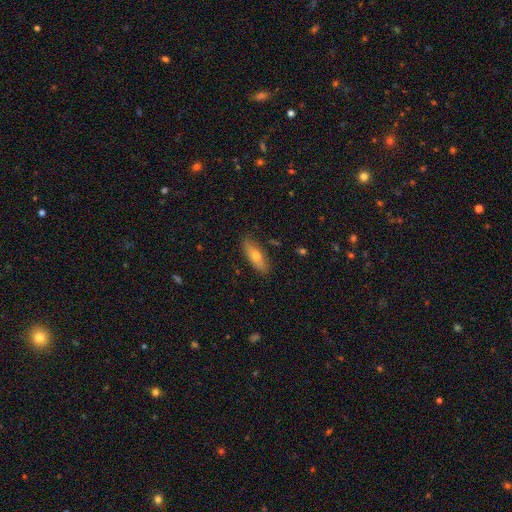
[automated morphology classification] smooth_or_featured: smooth (p=0.62) [alt: featured or disk p=0.31]
how_rounded: in between (p=0.56) [alt: cigar-shaped p=0.42]
merging: none (p=0.85) [alt: minor disturbance p=0.12]